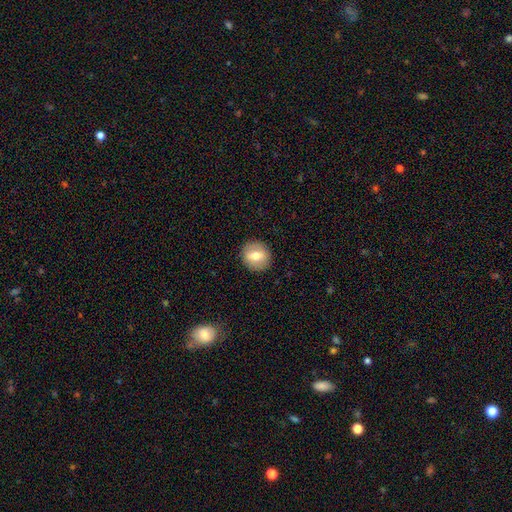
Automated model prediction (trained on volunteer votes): Smooth or featured: smooth — 62% (featured or disk — 30%)
How rounded: round — 81% (in between — 17%)
Merging: none — 89% (minor disturbance — 8%)